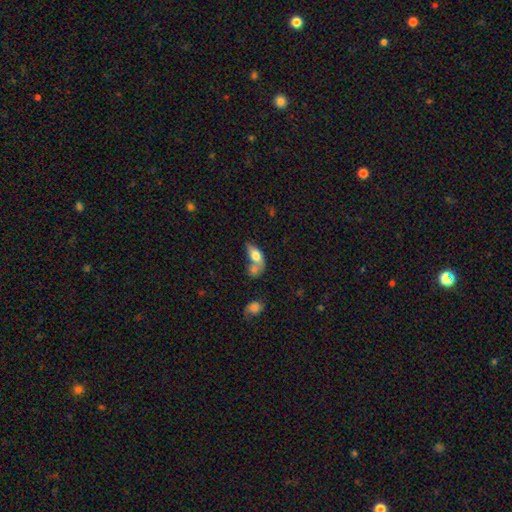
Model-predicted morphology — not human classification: A smooth galaxy with no disk features (70%) that is in between round and cigar-shaped (82%).

Vote fractions:
- Smooth or featured? smooth: 70% / featured or disk: 23% / star or artifact: 7%
- How rounded? in between: 82% / round: 9% / cigar-shaped: 9%
- Merging? merger: 57% / none: 20% / minor disturbance: 12% / major disturbance: 11%